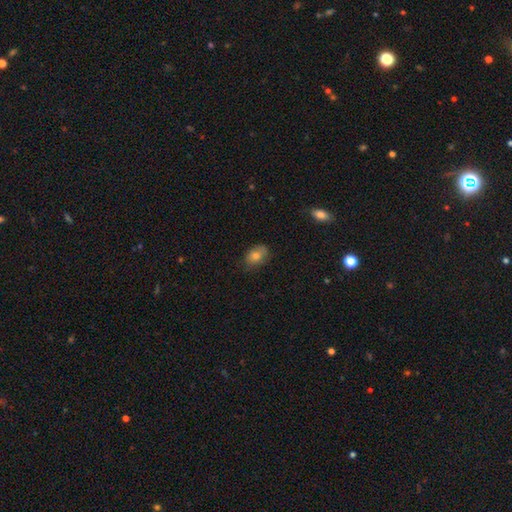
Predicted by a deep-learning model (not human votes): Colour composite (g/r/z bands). It shows a smooth galaxy with no disk features (74%) that is in between round and cigar-shaped (82%). Merging: none (74%).